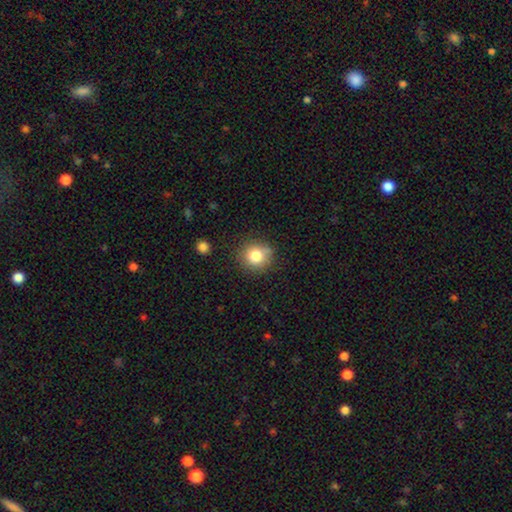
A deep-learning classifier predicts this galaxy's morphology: Smooth or featured?
  - smooth: 81% *
  - star or artifact: 11%
  - featured or disk: 8%
How rounded?
  - round: 90% *
  - in between: 9%
  - cigar-shaped: 1%
Merging?
  - none: 81% *
  - minor disturbance: 13%
  - major disturbance: 3%
  - merger: 3%